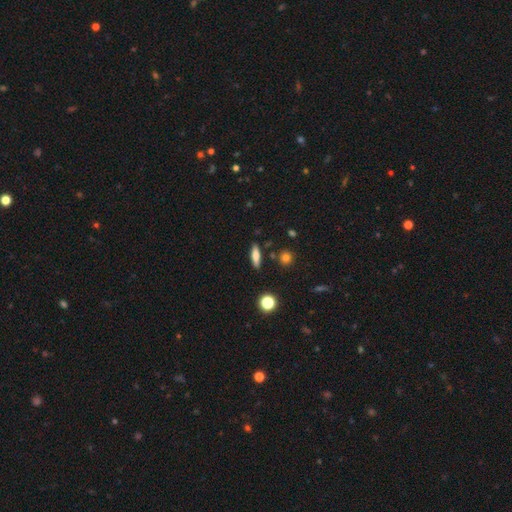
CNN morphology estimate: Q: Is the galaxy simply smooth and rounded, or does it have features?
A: smooth — 68%.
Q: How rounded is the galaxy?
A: cigar-shaped — 59%.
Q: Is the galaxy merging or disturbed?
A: none — 85%.